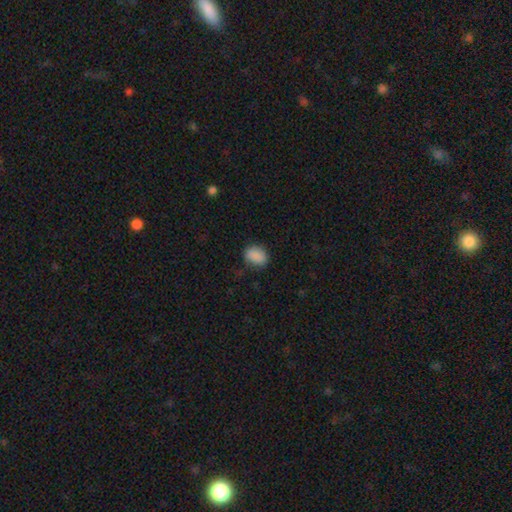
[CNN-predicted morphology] type=smooth (88%); roundness=in between (66%); merging=none (79%).